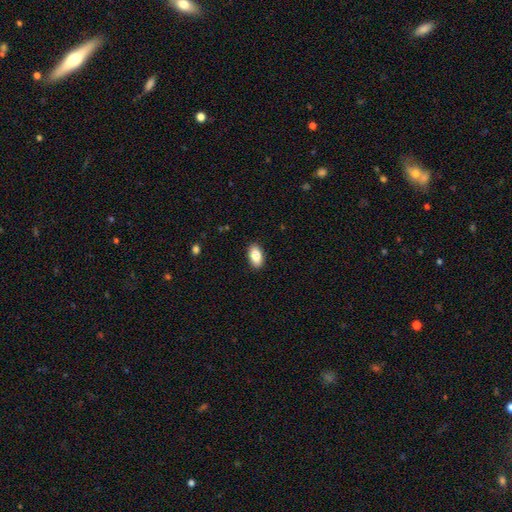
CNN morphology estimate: The model was most divided on "smooth or featured": smooth: 85%, featured or disk: 8%, star or artifact: 7%. More confident: how rounded — in between (92%); merging — none (90%).